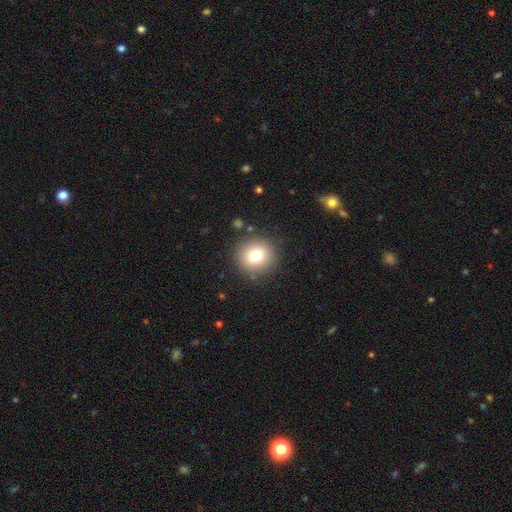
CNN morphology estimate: type=smooth (78%); roundness=round (91%); merging=none (88%).